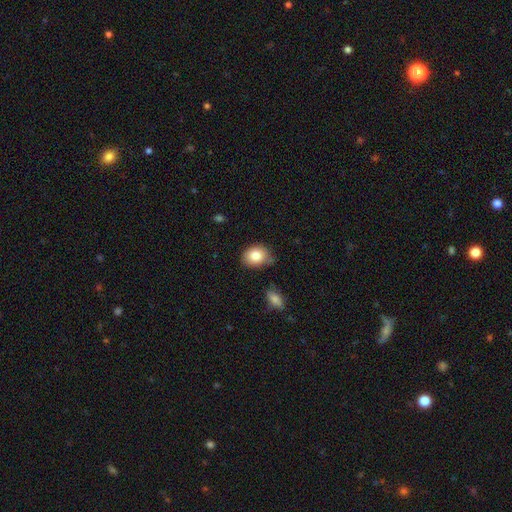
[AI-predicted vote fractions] smooth 83%, star or artifact 8%, featured or disk 8%. Down the decision tree: how rounded — in between (59%); merging — none (73%).